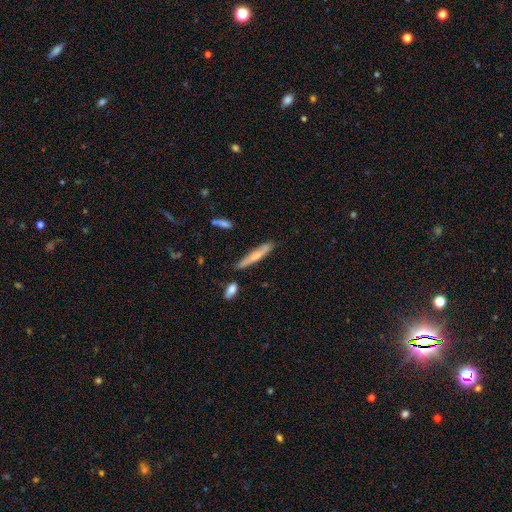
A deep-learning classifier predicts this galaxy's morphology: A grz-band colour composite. It shows a smooth galaxy with no disk features (61%) that is cigar-shaped (91%). Merging: none (80%).